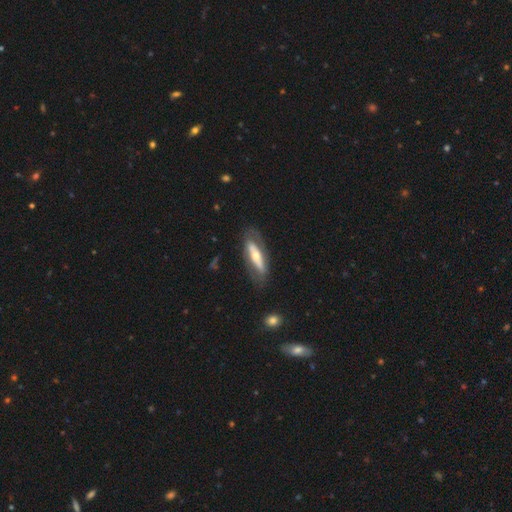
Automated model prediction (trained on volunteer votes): The model was most divided on "edge-on disk": no: 55%, yes: 45%. More confident: merging — none (71%); smooth or featured — featured or disk (66%).